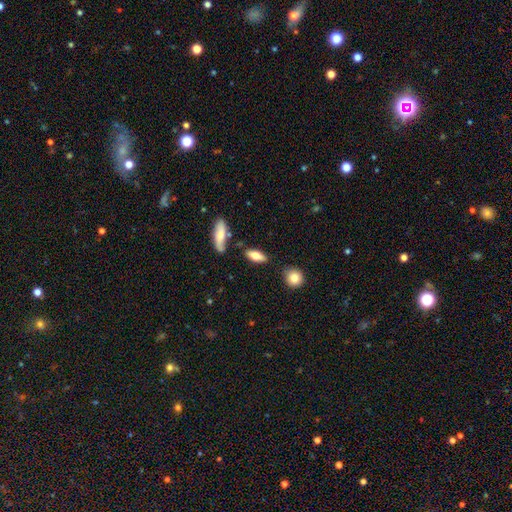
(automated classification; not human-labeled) A smooth galaxy with no disk features (71%) that is in between round and cigar-shaped (72%). Merging: none (77%).